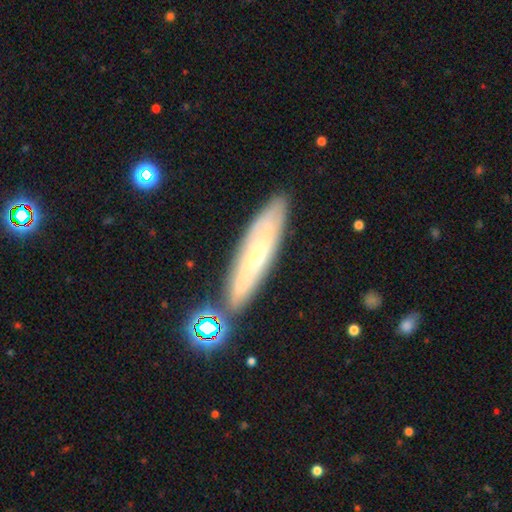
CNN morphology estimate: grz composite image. It shows a featured or disk galaxy (67%). Merging: none (78%).